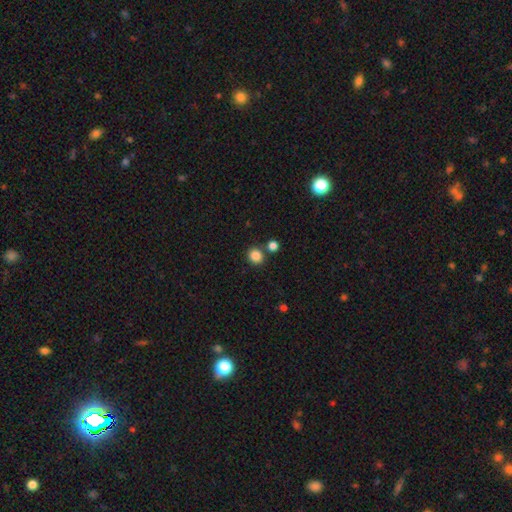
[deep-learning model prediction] smooth-or-featured: smooth: 85% | star or artifact: 11% | featured or disk: 4%
  how-rounded: round: 85% | in between: 14% | cigar-shaped: 1%
  merging: none: 77% | merger: 13% | minor disturbance: 7% | major disturbance: 3%